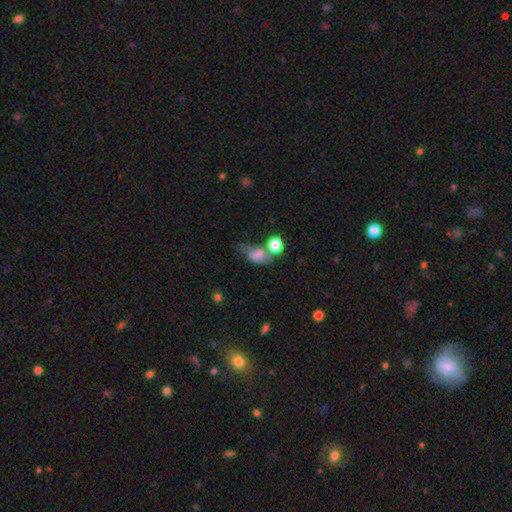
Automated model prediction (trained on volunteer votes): smooth-or-featured: smooth: 66% | featured or disk: 18% | star or artifact: 16%
  how-rounded: in between: 72% | round: 25% | cigar-shaped: 4%
  merging: none: 30% | merger: 27% | major disturbance: 22% | minor disturbance: 21%